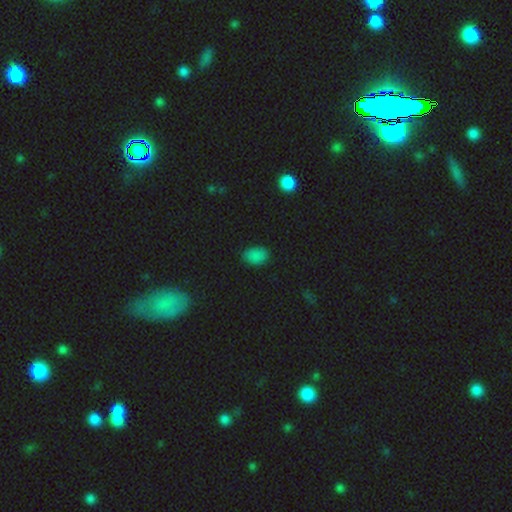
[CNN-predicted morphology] Smooth or featured: smooth — 81% (star or artifact — 15%)
How rounded: in between — 82% (round — 16%)
Merging: none — 83% (minor disturbance — 13%)